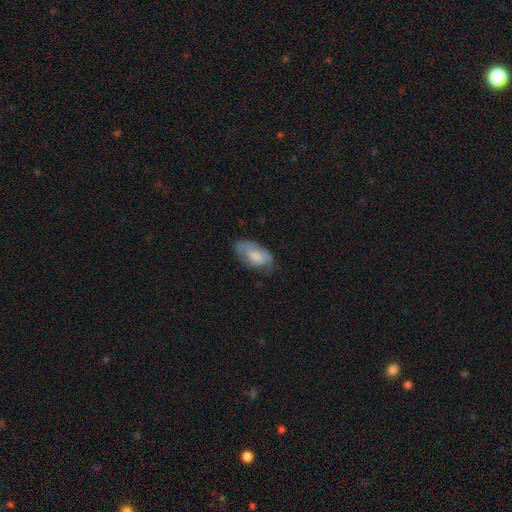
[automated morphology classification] Smooth or featured?
  - smooth: 60% *
  - featured or disk: 33%
  - star or artifact: 7%
How rounded?
  - in between: 93% *
  - round: 4%
  - cigar-shaped: 3%
Merging?
  - none: 52% *
  - minor disturbance: 32%
  - major disturbance: 14%
  - merger: 2%